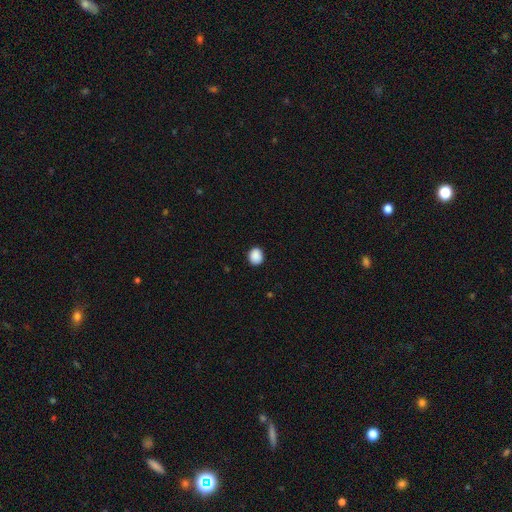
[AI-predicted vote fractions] smooth 90%, star or artifact 8%, featured or disk 2%. Down the decision tree: how rounded — round (67%); merging — none (90%).